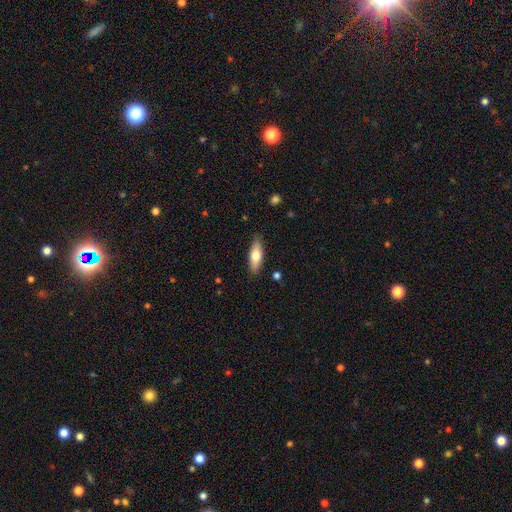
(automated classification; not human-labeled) Q: Smooth or featured?
A: smooth (66%); runner-up: featured or disk (28%)
Q: How rounded?
A: in between (56%); runner-up: cigar-shaped (42%)
Q: Merging?
A: none (87%); runner-up: minor disturbance (10%)